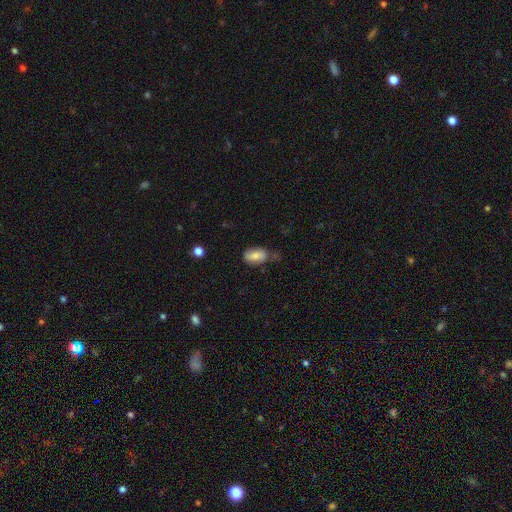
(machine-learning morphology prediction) Smooth or featured? smooth (75%)
How rounded? in between (92%)
Merging? none (57%)